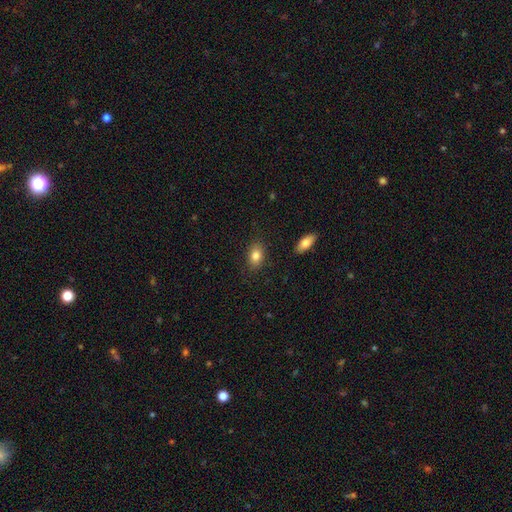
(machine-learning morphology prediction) Overall: smooth (83%). How rounded: in between (81%). Merging: none (84%).